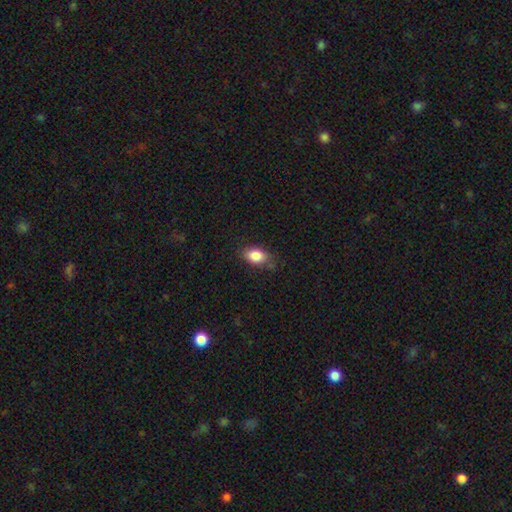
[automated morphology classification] Smooth or featured? smooth (85%)
How rounded? in between (83%)
Merging? none (76%)